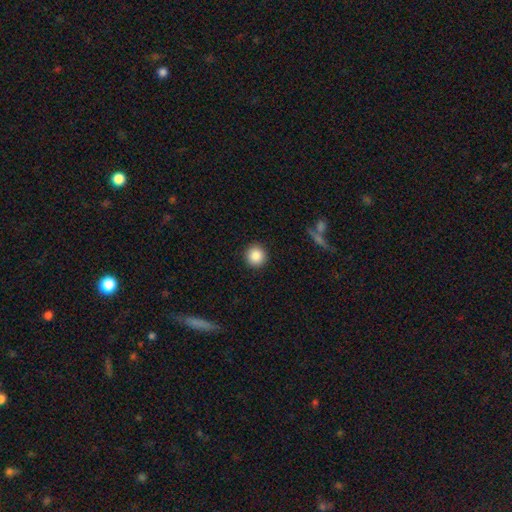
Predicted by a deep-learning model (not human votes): Morphology: type=smooth (87%); roundness=round (94%); merging=none (92%).